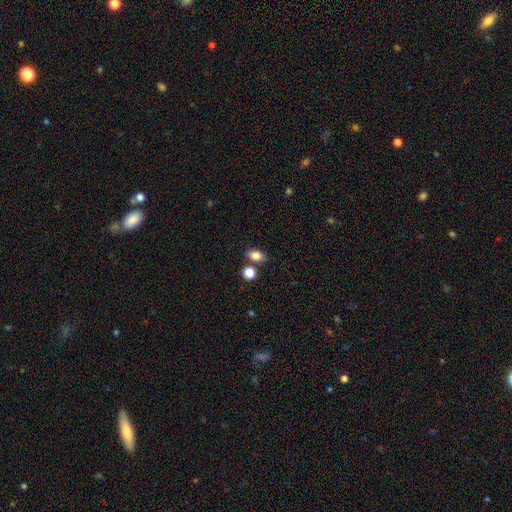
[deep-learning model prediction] Q: Smooth or featured?
A: smooth (84%); runner-up: star or artifact (10%)
Q: How rounded?
A: in between (78%); runner-up: round (21%)
Q: Merging?
A: none (73%); runner-up: merger (13%)